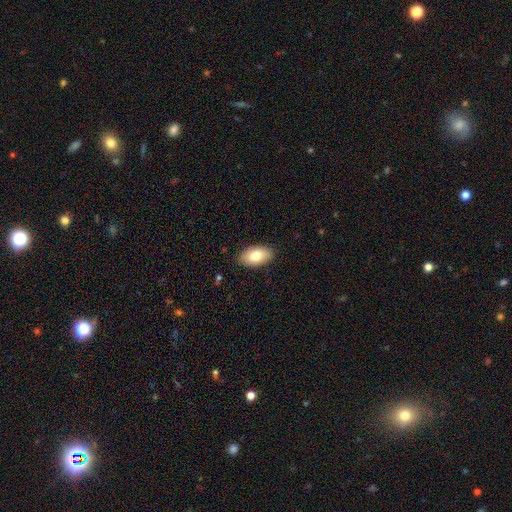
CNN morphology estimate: type=smooth (77%); roundness=in between (93%); merging=none (87%).